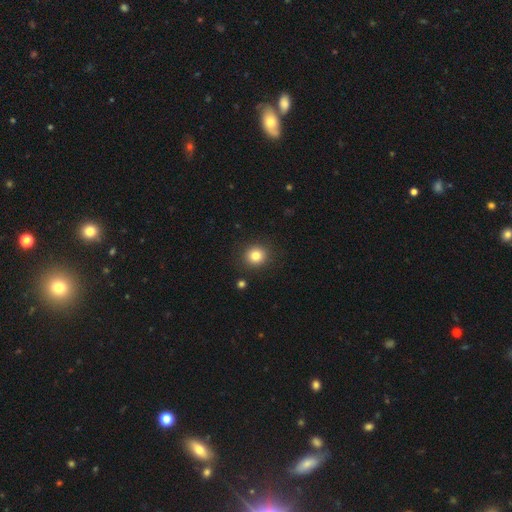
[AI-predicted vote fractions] Morphology: type=smooth (82%); roundness=round (88%); merging=none (89%).